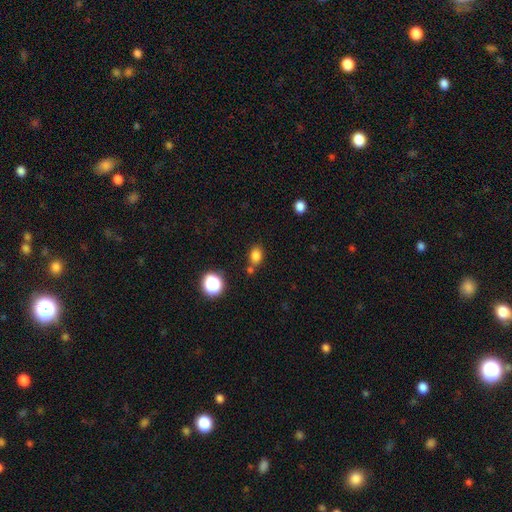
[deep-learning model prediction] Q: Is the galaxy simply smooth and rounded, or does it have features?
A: smooth — 80%.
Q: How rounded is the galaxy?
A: in between — 61%.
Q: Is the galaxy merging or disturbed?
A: none — 69%.